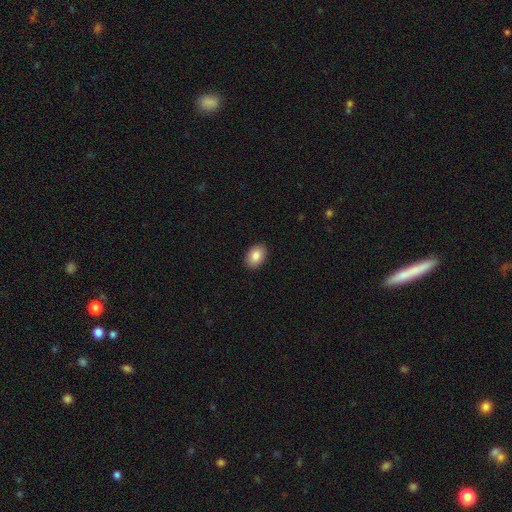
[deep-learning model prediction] This is clearly a smooth galaxy (86%). How rounded: clearly in between (82%). Merging: clearly none (90%).